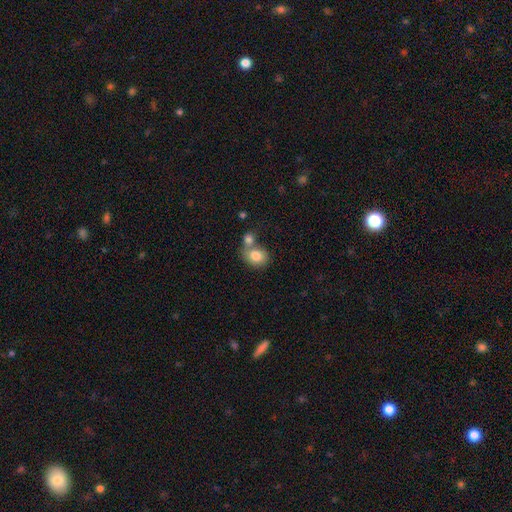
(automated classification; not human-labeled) A smooth galaxy with no disk features (82%) that is round (55%).

Vote fractions:
- Smooth or featured? smooth: 82% / featured or disk: 11% / star or artifact: 8%
- How rounded? round: 55% / in between: 44% / cigar-shaped: 1%
- Merging? merger: 46% / none: 39% / minor disturbance: 11% / major disturbance: 4%